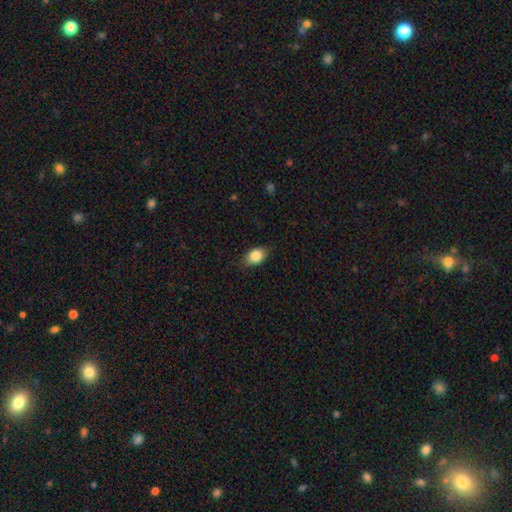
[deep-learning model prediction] This appears to be a smooth galaxy with no disk features (84%) that is in between round and cigar-shaped (79%). Merging: none (78%).